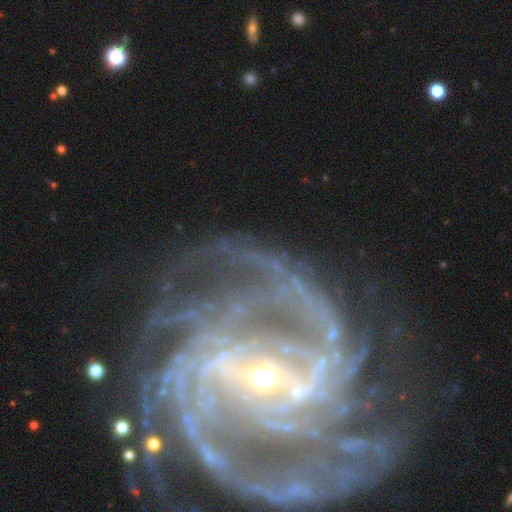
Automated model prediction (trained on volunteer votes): smooth_or_featured: featured or disk (p=0.85) [alt: star or artifact p=0.09]
disk_edge_on: no (p=0.96) [alt: yes p=0.04]
bar: strong (p=0.42) [alt: no p=0.31]
has_spiral_arms: yes (p=0.92) [alt: no p=0.08]
spiral_winding: tight (p=0.59) [alt: medium p=0.29]
spiral_arm_count: can't tell (p=0.26) [alt: 2 p=0.22]
bulge_size: small (p=0.52) [alt: moderate p=0.40]
merging: none (p=0.65) [alt: major disturbance p=0.17]